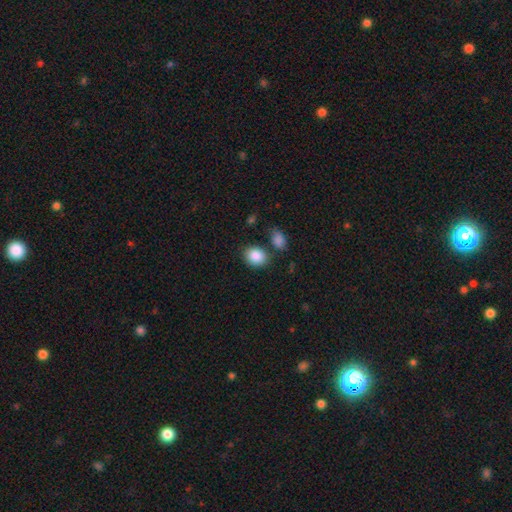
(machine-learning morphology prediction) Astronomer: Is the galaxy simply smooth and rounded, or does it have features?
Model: smooth — 88%.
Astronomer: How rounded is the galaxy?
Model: round — 50% (runner-up: in between, 49%).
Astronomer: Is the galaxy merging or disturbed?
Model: none — 72%.